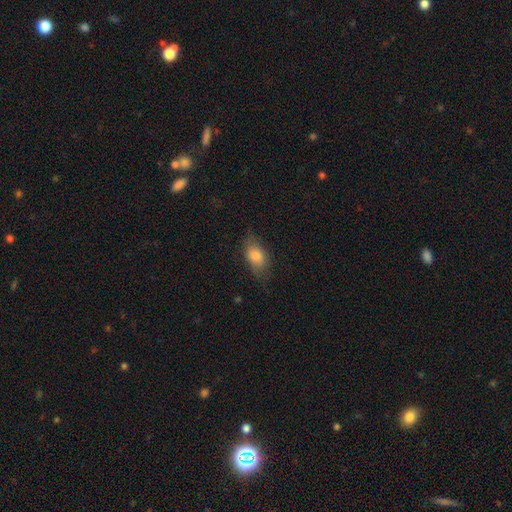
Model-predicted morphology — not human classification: The model was most divided on "merging": none: 70%, minor disturbance: 22%, major disturbance: 7%, merger: 1%. More confident: how rounded — in between (86%); smooth or featured — smooth (79%).